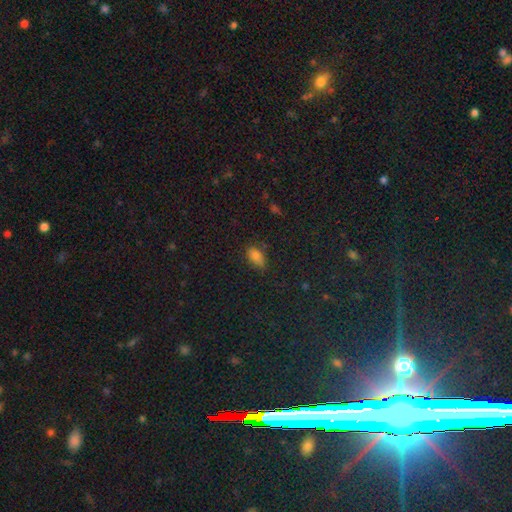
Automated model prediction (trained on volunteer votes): Smooth or featured? Predicted: smooth (p=0.78). How rounded? Predicted: in between (p=0.89). Merging? Predicted: none (p=0.72).